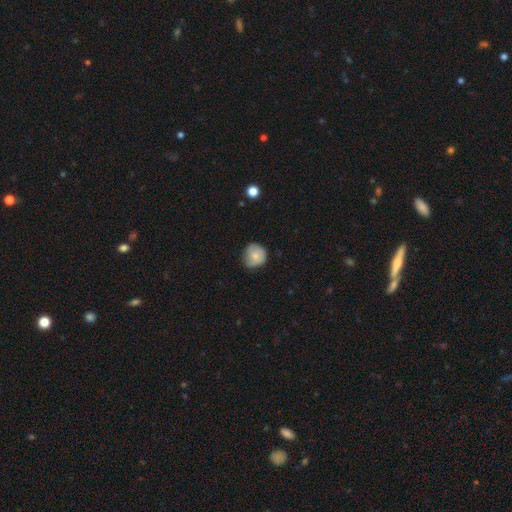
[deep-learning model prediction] A smooth galaxy with no disk features (65%) that is round (83%). Merging: none (62%).